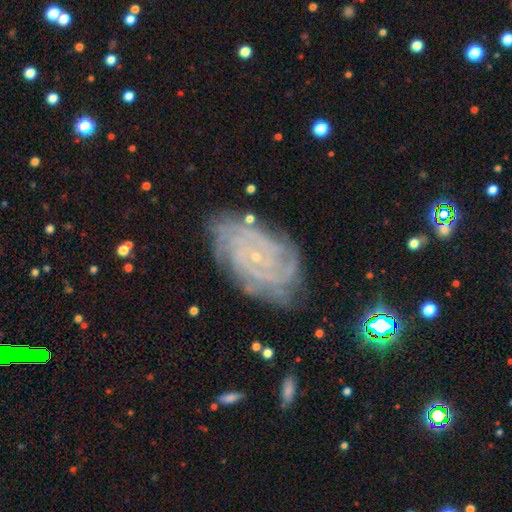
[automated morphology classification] Overall: featured or disk (85%). Edge-on disk: no (96%). Bar: no (71%). Spiral arms: yes (97%). Spiral arm count: can't tell (26%; 4 23%). Spiral winding: tight (81%). Bulge size: small (87%). Merging: none (77%).